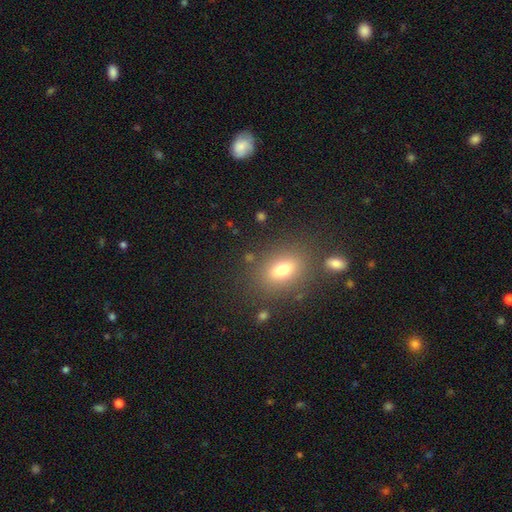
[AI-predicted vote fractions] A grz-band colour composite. It shows a smooth galaxy with no disk features (66%) that is in between round and cigar-shaped (69%). Merging: none (80%).